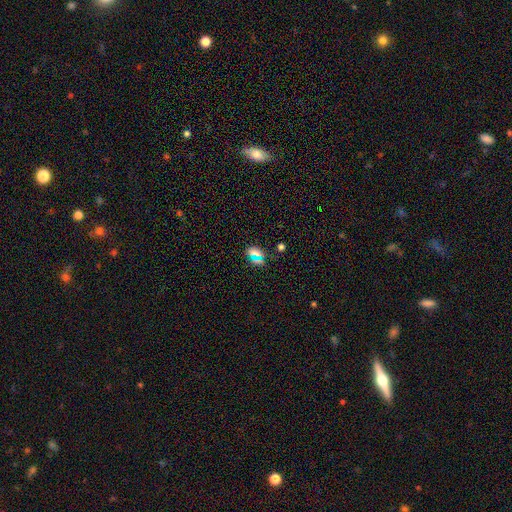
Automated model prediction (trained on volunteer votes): Smooth or featured? Predicted: smooth (p=0.58). How rounded? Predicted: in between (p=0.63). Merging? Predicted: none (p=0.76).